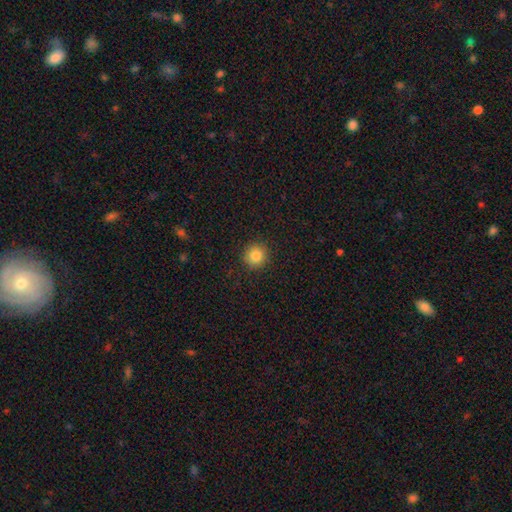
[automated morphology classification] Overall: smooth (84%). How rounded: round (93%). Merging: none (91%).